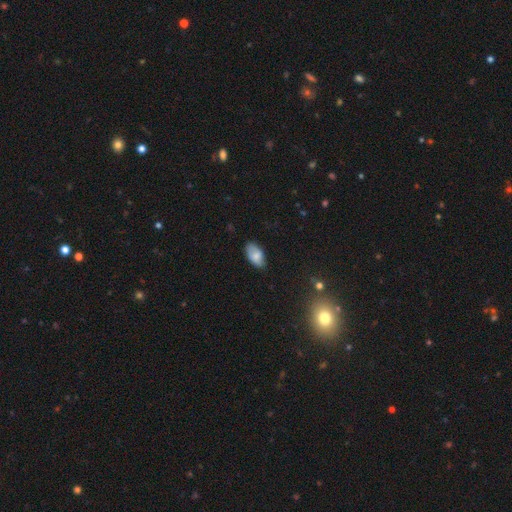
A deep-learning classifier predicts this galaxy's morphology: Smooth or featured? smooth (78%)
How rounded? in between (94%)
Merging? none (74%)